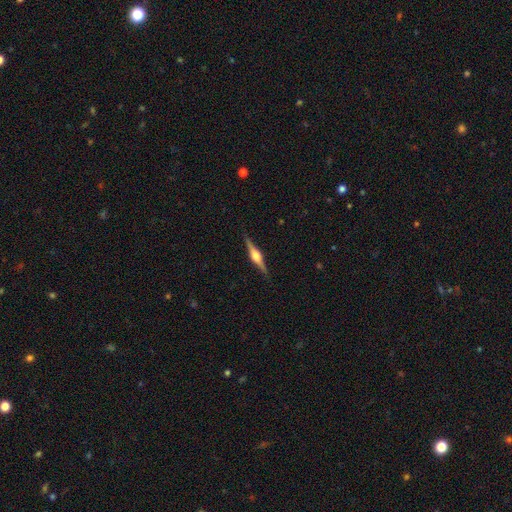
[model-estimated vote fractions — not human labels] featured or disk 83%, smooth 12%, star or artifact 5%. Down the decision tree: edge-on disk — yes (98%); edge-on bulge — rounded (92%); merging — none (90%).